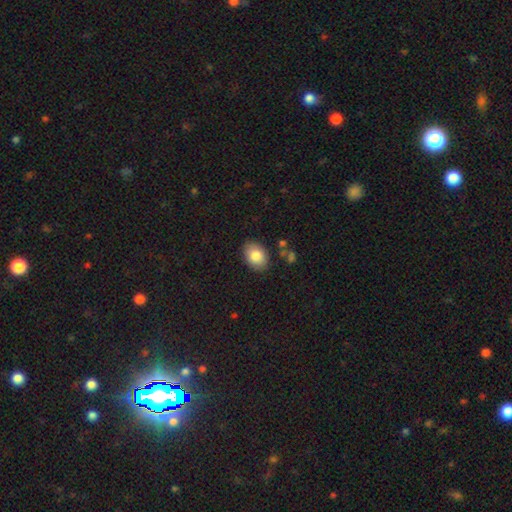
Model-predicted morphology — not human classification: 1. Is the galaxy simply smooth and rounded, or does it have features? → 83% smooth, 9% featured or disk, 7% star or artifact.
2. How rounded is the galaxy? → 78% in between, 21% round, 1% cigar-shaped.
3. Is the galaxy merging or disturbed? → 85% none, 10% minor disturbance, 2% major disturbance, 2% merger.